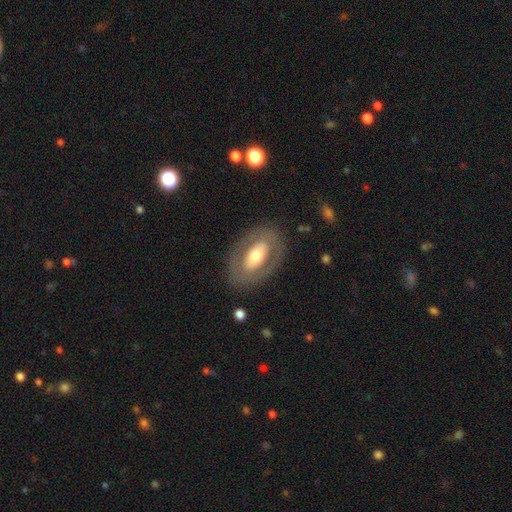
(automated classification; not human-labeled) Q: Smooth or featured?
A: featured or disk (53%); runner-up: smooth (42%)
Q: Edge-on disk?
A: no (89%); runner-up: yes (11%)
Q: Merging?
A: none (81%); runner-up: minor disturbance (11%)